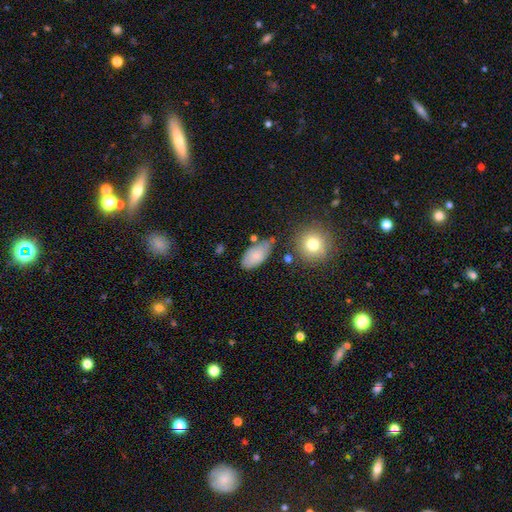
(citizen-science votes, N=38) Volunteers were most divided on "merging": none: 56%, minor disturbance: 39%, major disturbance: 3%, merger: 3%. More confident: how rounded — in between (90%); smooth or featured — smooth (79%).